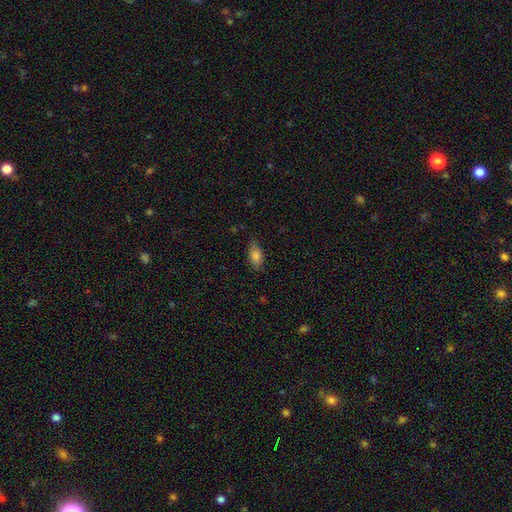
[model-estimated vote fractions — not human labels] This appears to be a smooth galaxy with no disk features (81%) that is in between round and cigar-shaped (87%). Merging: none (77%).